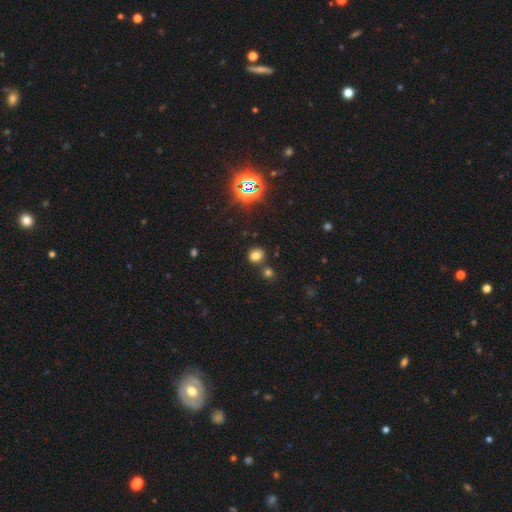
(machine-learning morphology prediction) type=smooth (72%); roundness=round (77%); merging=none (77%).